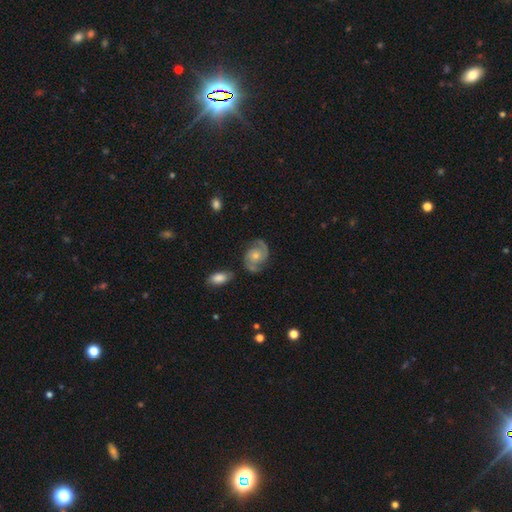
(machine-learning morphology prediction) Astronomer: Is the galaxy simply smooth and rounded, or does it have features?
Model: featured or disk — 84%.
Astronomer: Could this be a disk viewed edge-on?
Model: no — 98%.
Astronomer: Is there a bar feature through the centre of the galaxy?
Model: no — 71%.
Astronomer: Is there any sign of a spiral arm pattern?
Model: yes — 96%.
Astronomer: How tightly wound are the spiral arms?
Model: medium — 52% (runner-up: tight, 31%).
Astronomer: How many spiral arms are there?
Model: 2 — 90%.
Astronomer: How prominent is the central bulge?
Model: moderate — 50% (runner-up: small, 43%).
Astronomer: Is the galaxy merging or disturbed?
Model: none — 73%.